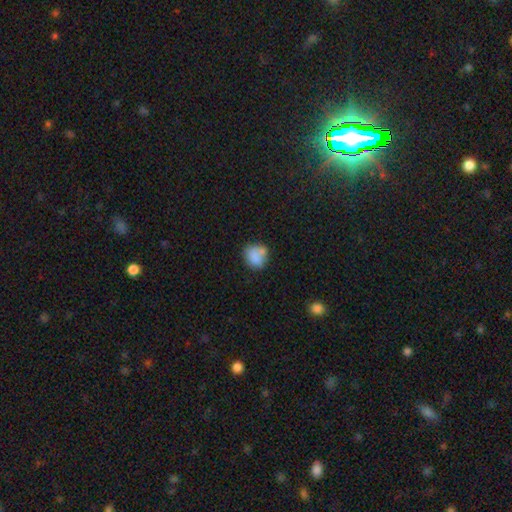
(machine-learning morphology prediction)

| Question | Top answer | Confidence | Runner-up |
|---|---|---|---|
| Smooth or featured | smooth | 78% | featured or disk (13%) |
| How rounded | round | 68% | in between (31%) |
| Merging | none | 50% | minor disturbance (21%) |